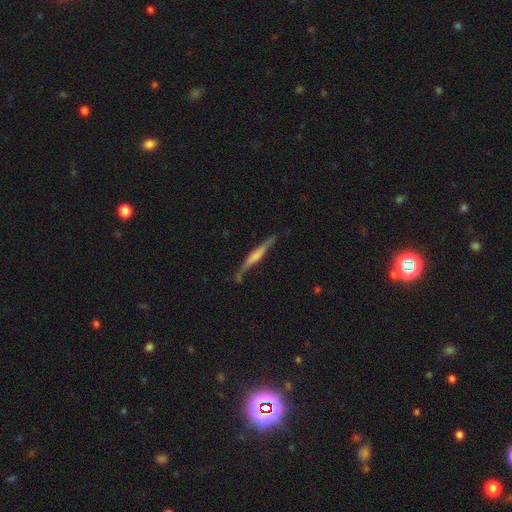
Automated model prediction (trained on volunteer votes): smooth_or_featured: featured or disk (p=0.59) [alt: smooth p=0.35]
disk_edge_on: yes (p=0.95) [alt: no p=0.05]
edge_on_bulge: boxy (p=0.37) [tied with: rounded p=0.37]
merging: none (p=0.74) [alt: minor disturbance p=0.18]